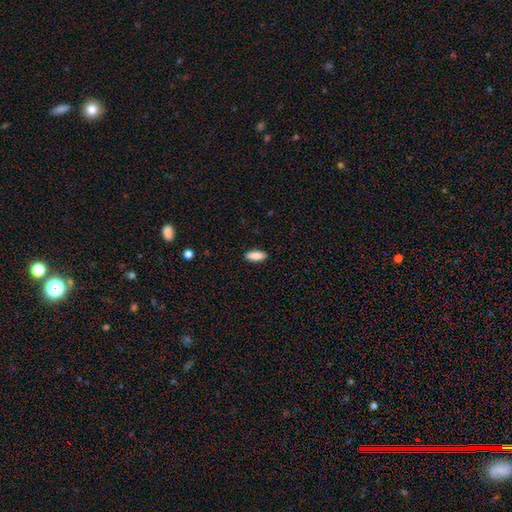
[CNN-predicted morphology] A smooth galaxy with no disk features (86%) that is in between round and cigar-shaped (70%). Merging: none (89%).